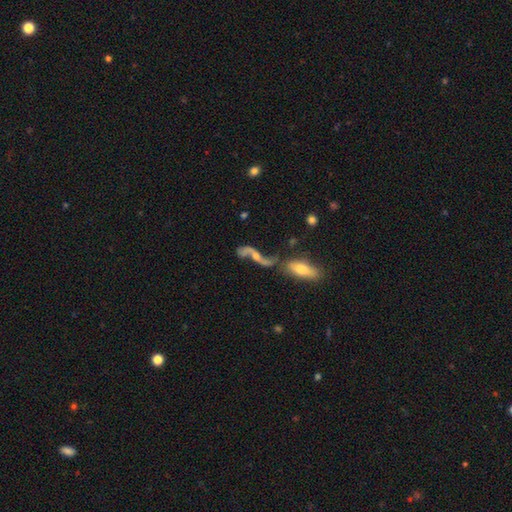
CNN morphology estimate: This is likely a featured or disk galaxy (73%). It is clearly not viewed edge-on (84%). Bar: possibly no (59%). Spiral arm pattern: clearly yes (83%). Spiral arm count: clearly 2 (86%). Spiral winding: clearly loose (86%). Central bulge: marginally small (40%). Merging: marginally merger (39%).